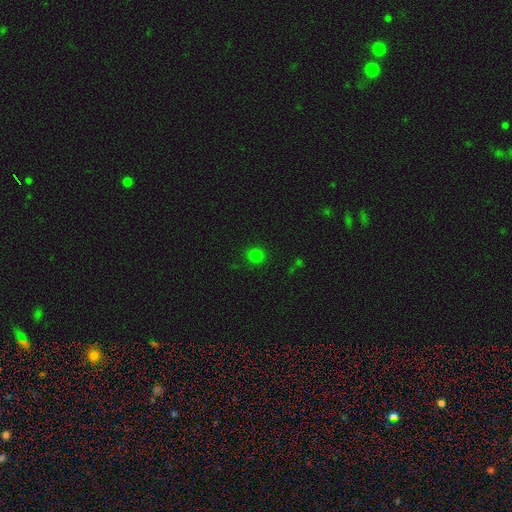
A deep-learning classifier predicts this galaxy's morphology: The model was most divided on "smooth or featured": smooth: 78%, star or artifact: 17%, featured or disk: 5%. More confident: how rounded — round (91%); merging — none (90%).